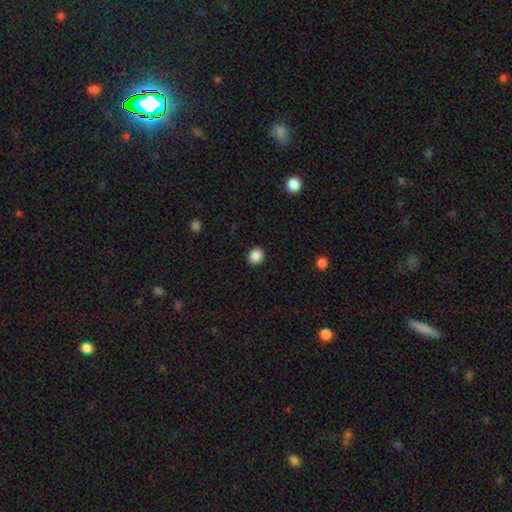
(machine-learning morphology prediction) A smooth galaxy with no disk features (87%) that is round (74%). Merging: none (91%).